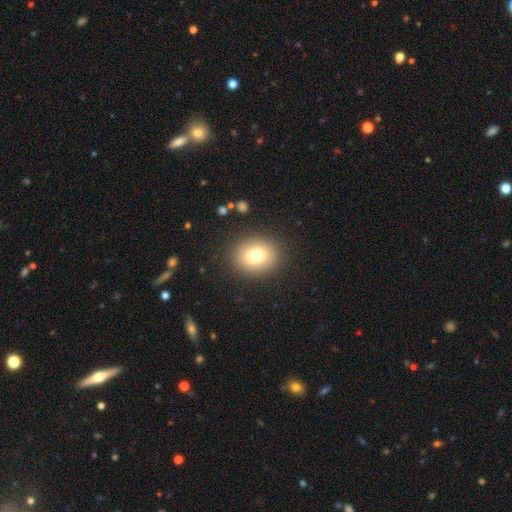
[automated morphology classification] type=smooth (77%); roundness=round (60%); merging=none (88%).